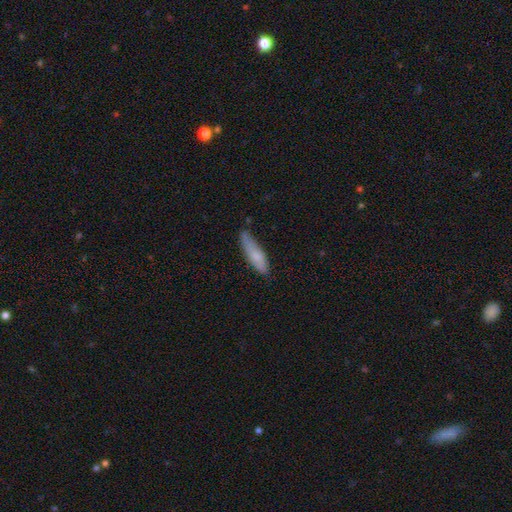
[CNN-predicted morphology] smooth-or-featured: smooth: 77% | featured or disk: 17% | star or artifact: 6%
  how-rounded: cigar-shaped: 69% | in between: 29% | round: 2%
  merging: none: 68% | minor disturbance: 25% | major disturbance: 4% | merger: 2%